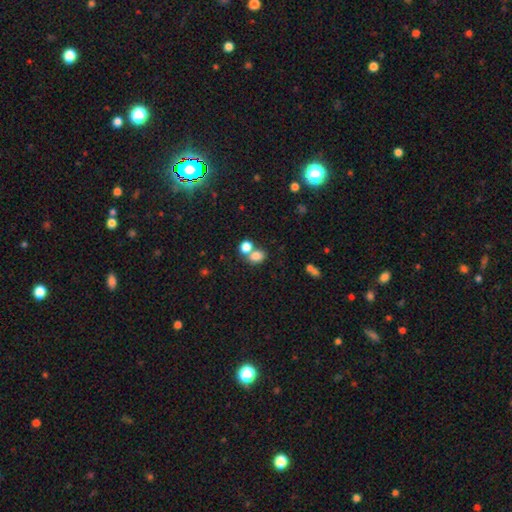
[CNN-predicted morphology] This appears to be a smooth galaxy with no disk features (80%) that is in between round and cigar-shaped (60%). Merging: merger (44%).